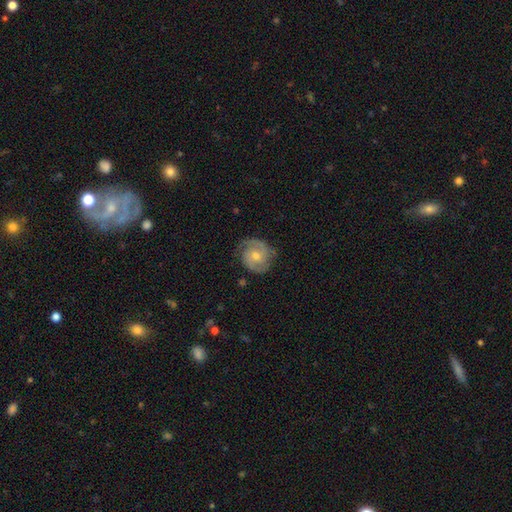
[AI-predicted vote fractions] Smooth or featured? featured or disk (83%)
Edge-on disk? no (98%)
Bar? no (64%)
Spiral arms? yes (96%)
Spiral winding? tight (53%)
Spiral arm count? 2 (82%)
Bulge size? moderate (58%)
Merging? none (79%)